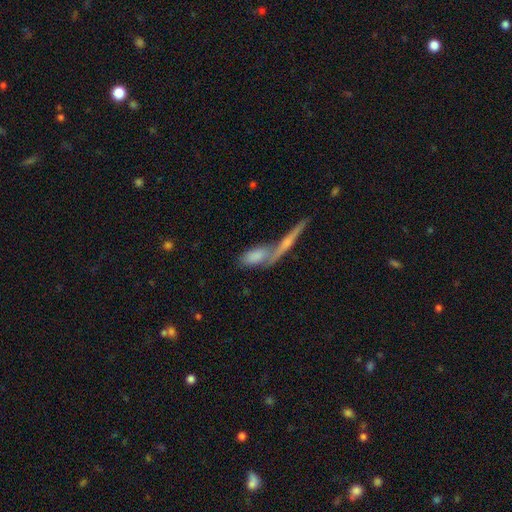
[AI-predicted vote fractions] smooth_or_featured: smooth (p=0.71) [alt: featured or disk p=0.21]
how_rounded: in between (p=0.68) [alt: cigar-shaped p=0.27]
merging: merger (p=0.46) [alt: none p=0.37]